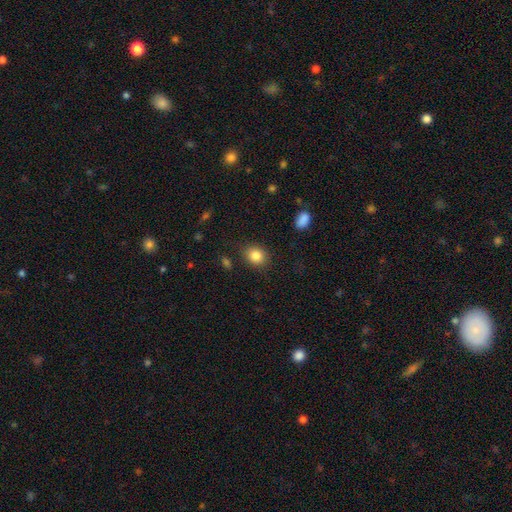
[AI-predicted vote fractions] This appears to be a smooth galaxy with no disk features (84%) that is round (57%). Merging: none (84%).